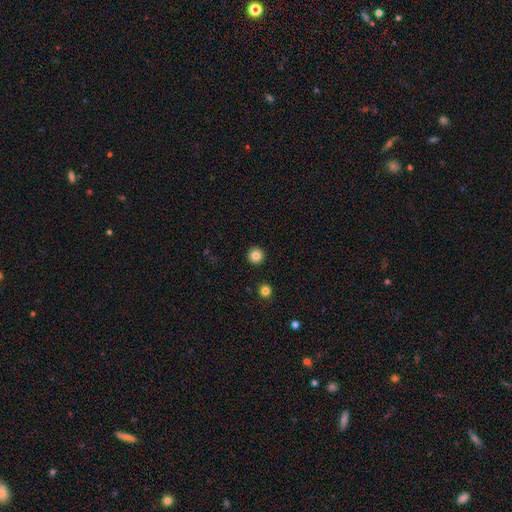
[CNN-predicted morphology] This appears to be a smooth galaxy with no disk features (84%) that is round (96%). Merging: none (93%).